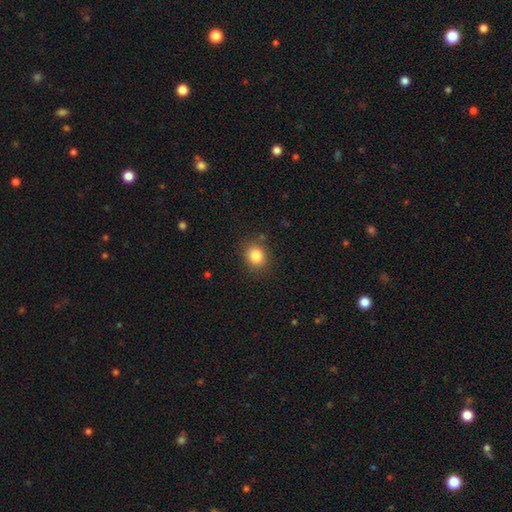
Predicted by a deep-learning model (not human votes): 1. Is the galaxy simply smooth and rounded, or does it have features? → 84% smooth, 11% star or artifact, 6% featured or disk.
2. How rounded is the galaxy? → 72% round, 27% in between, 1% cigar-shaped.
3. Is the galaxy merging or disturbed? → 85% none, 10% minor disturbance, 3% major disturbance, 2% merger.